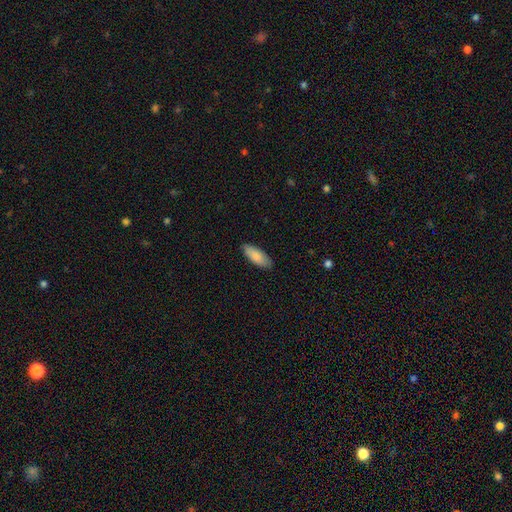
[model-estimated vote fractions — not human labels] Morphology: type=smooth (85%); roundness=in between (77%); merging=none (86%).